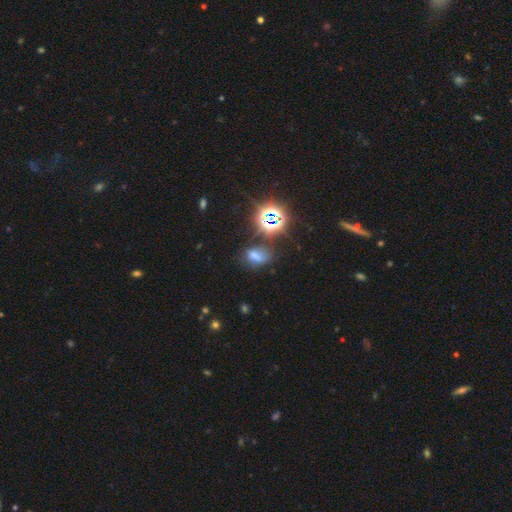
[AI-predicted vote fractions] A smooth galaxy with no disk features (51%) that is in between round and cigar-shaped (80%). Merging: none (56%).